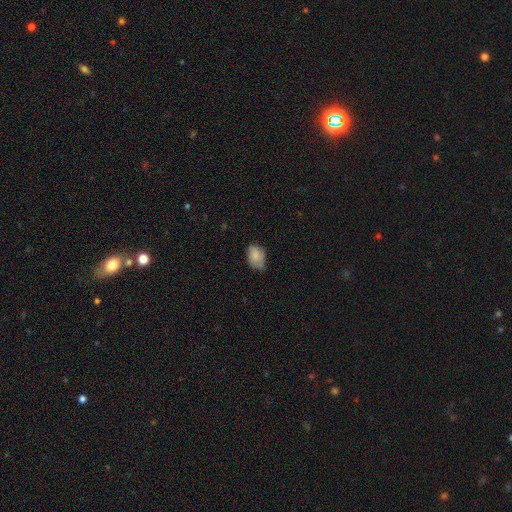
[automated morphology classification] Smooth or featured?
  - smooth: 84% *
  - featured or disk: 8%
  - star or artifact: 8%
How rounded?
  - in between: 88% *
  - round: 11%
  - cigar-shaped: 1%
Merging?
  - none: 60% *
  - minor disturbance: 33%
  - major disturbance: 6%
  - merger: 2%